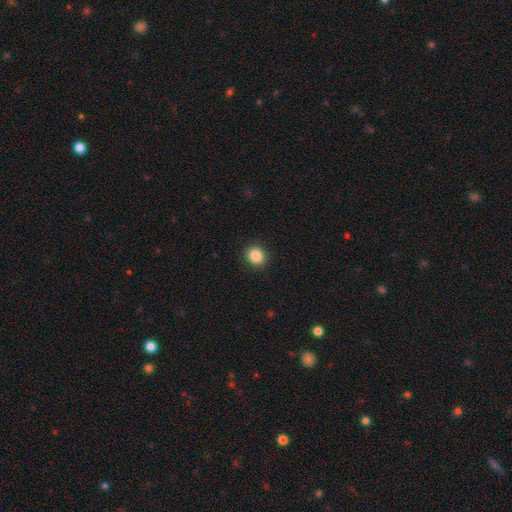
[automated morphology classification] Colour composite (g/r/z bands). It shows a smooth galaxy with no disk features (86%) that is round (76%). Merging: none (91%).